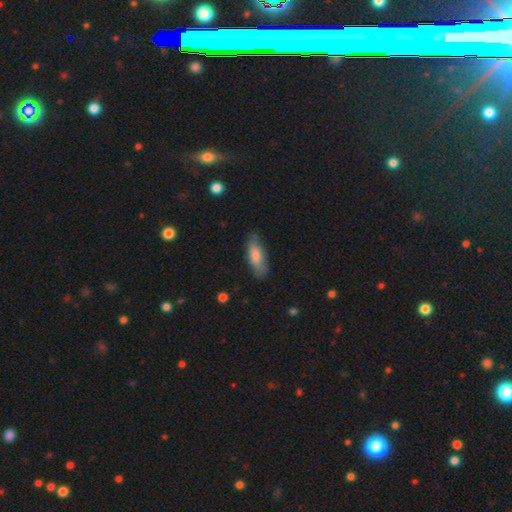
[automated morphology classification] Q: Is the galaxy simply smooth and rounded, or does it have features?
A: smooth — 78%.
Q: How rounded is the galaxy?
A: in between — 60%.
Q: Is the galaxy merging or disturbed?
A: none — 75%.